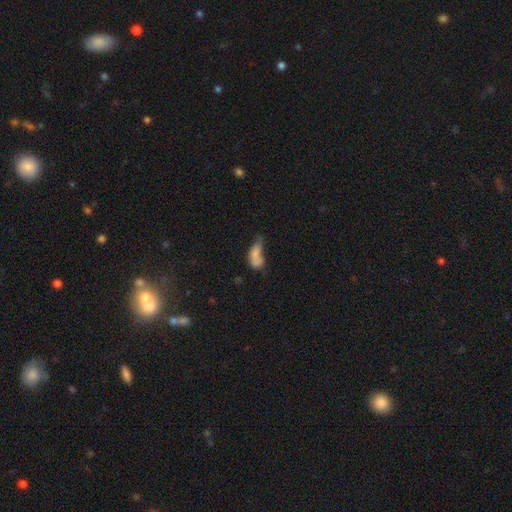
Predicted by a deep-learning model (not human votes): A smooth galaxy with no disk features (69%) that is in between round and cigar-shaped (81%). Merging: merger (38%).